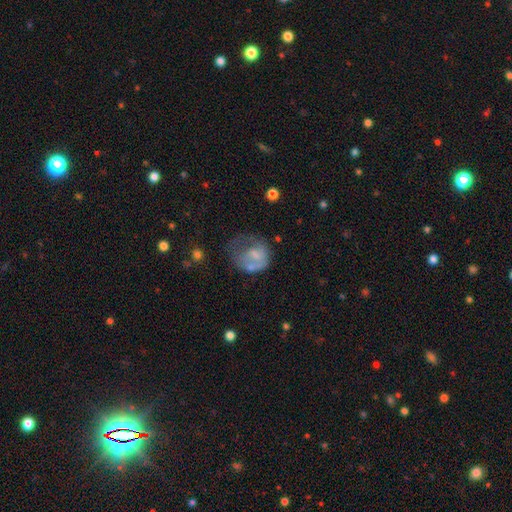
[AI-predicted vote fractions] Smooth or featured: smooth — 46% (featured or disk — 44%)
Merging: major disturbance — 46% (none — 25%)